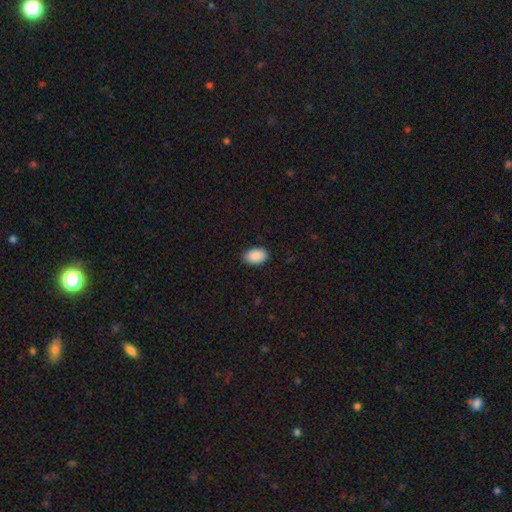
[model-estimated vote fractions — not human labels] Q: Smooth or featured?
A: smooth (91%); runner-up: star or artifact (7%)
Q: How rounded?
A: in between (91%); runner-up: round (8%)
Q: Merging?
A: none (87%); runner-up: minor disturbance (10%)